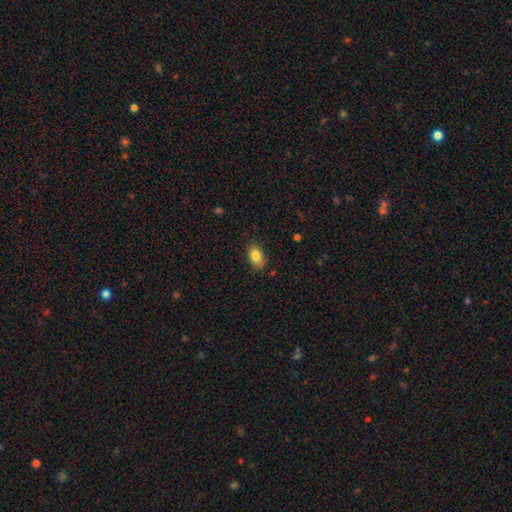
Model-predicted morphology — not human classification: A smooth galaxy with no disk features (84%) that is in between round and cigar-shaped (88%). Merging: none (83%).